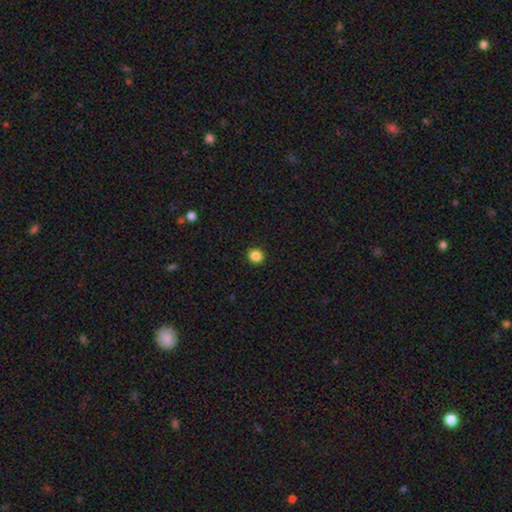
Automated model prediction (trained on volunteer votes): Q: Smooth or featured?
A: smooth (86%); runner-up: star or artifact (11%)
Q: How rounded?
A: round (87%); runner-up: in between (12%)
Q: Merging?
A: none (92%); runner-up: minor disturbance (5%)